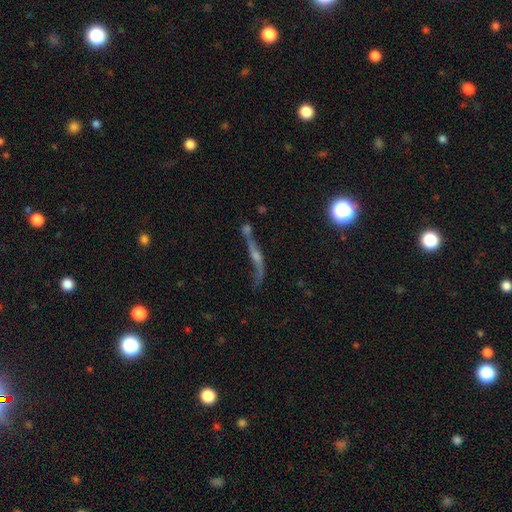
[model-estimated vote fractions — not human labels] featured or disk 71%, star or artifact 15%, smooth 14%. Down the decision tree: edge-on disk — yes (52%); merging — none (45%).